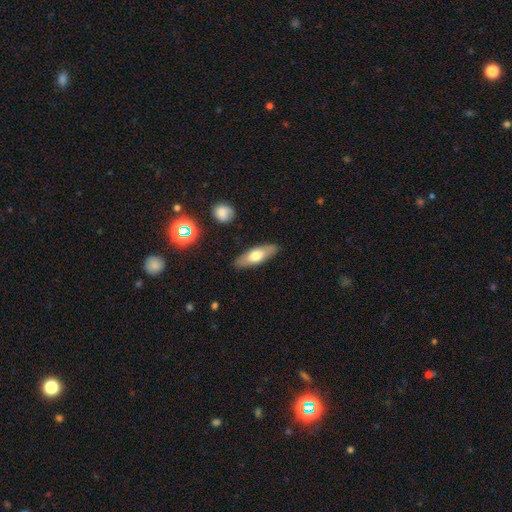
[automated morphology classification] Smooth or featured? smooth (62%)
How rounded? in between (60%)
Merging? none (86%)